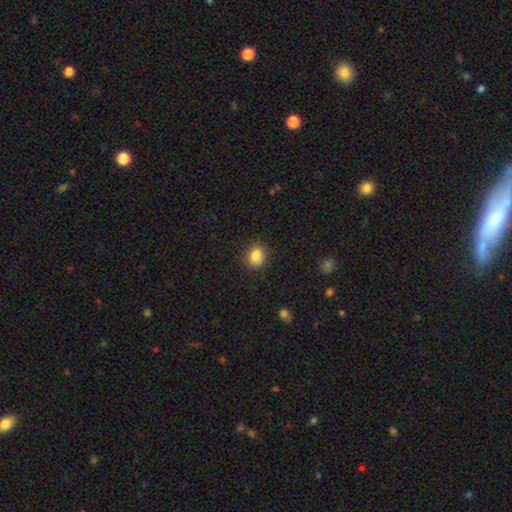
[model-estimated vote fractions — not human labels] The model was most divided on "how rounded": round: 55%, in between: 44%, cigar-shaped: 1%. More confident: smooth or featured — smooth (86%); merging — none (83%).